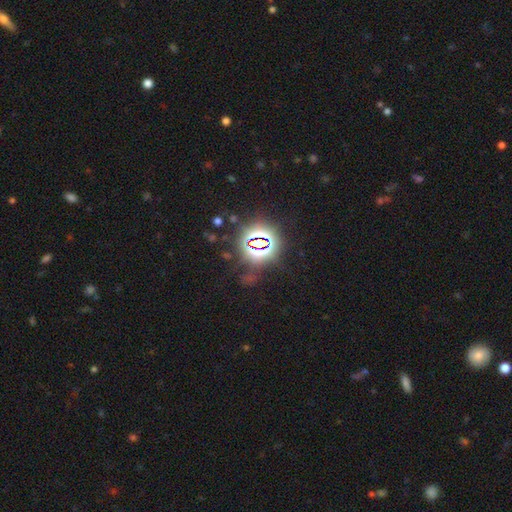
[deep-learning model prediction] star or artifact 78%, smooth 13%, featured or disk 8%.